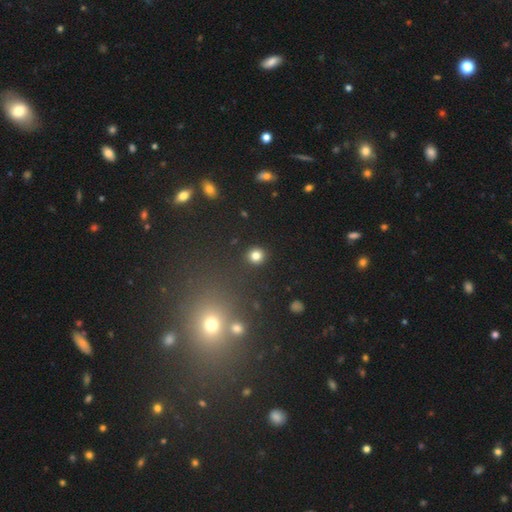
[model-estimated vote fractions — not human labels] This is clearly a smooth galaxy (81%). How rounded: clearly round (91%). Merging: clearly none (91%).